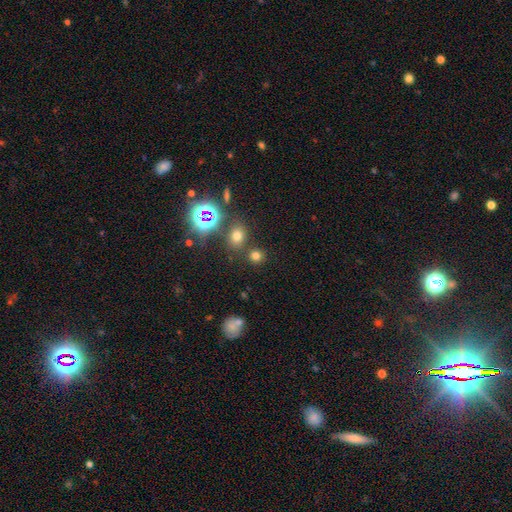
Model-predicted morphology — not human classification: This appears to be a smooth galaxy with no disk features (68%) that is round (79%). Merging: none (77%).